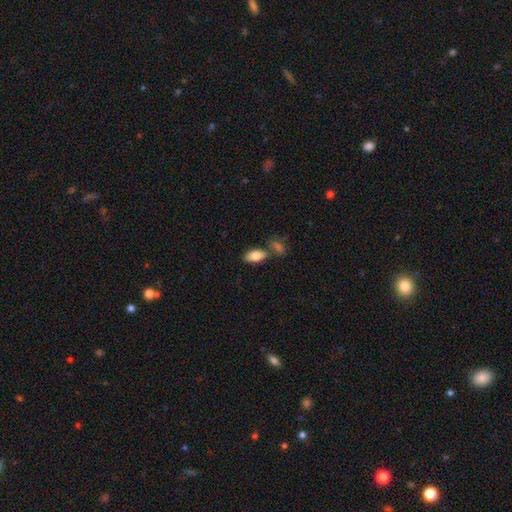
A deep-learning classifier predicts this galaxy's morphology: A smooth galaxy with no disk features (82%) that is in between round and cigar-shaped (91%). Merging: none (67%).